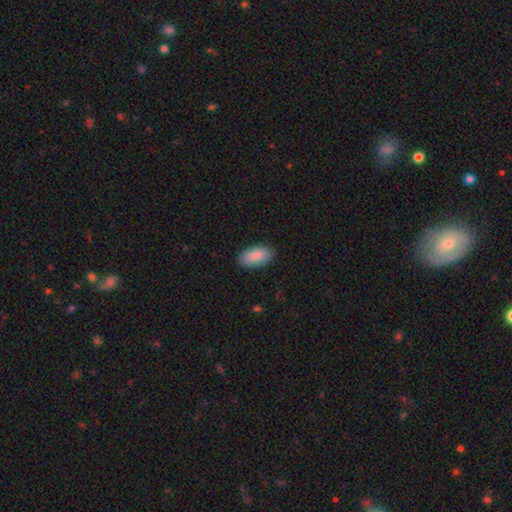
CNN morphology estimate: A smooth galaxy with no disk features (89%) that is in between round and cigar-shaped (95%). Merging: none (87%).